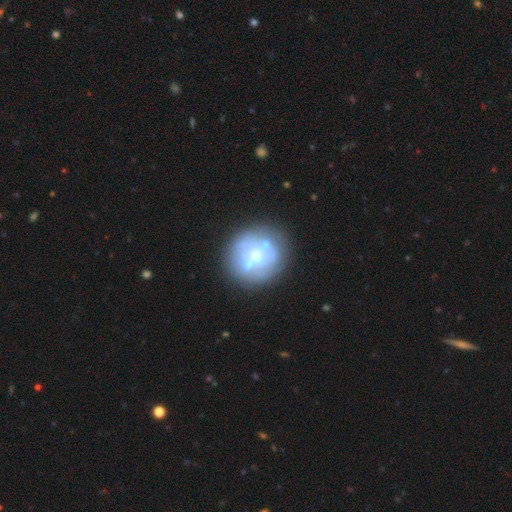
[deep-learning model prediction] A featured or disk galaxy (54%) with no bar (84%), no spiral arms (89%) and a moderate central bulge (44%). Merging: none (62%).